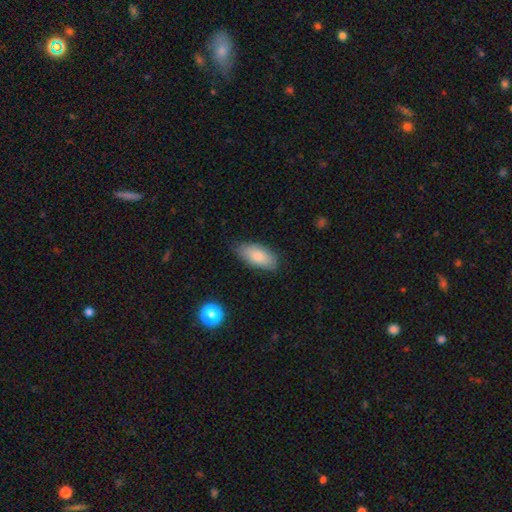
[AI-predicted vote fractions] Smooth or featured: smooth — 83% (featured or disk — 11%)
How rounded: in between — 87% (cigar-shaped — 11%)
Merging: none — 81% (minor disturbance — 15%)